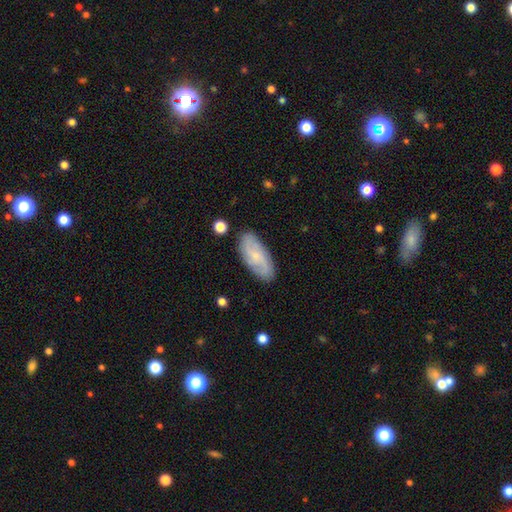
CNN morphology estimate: type=featured or disk (57%); edge-on=no (91%); bar=no (63%); spiral arms=yes (88%); bulge=small (74%); merging=none (84%).